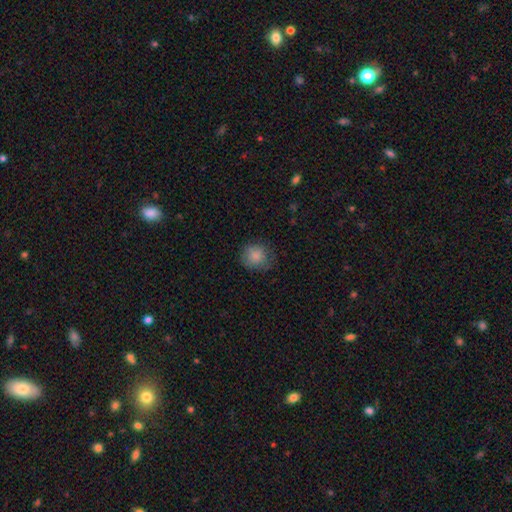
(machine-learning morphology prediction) A smooth galaxy with no disk features (85%) that is round (83%).

Vote fractions:
- Smooth or featured? smooth: 85% / star or artifact: 9% / featured or disk: 6%
- How rounded? round: 83% / in between: 16% / cigar-shaped: 1%
- Merging? none: 72% / minor disturbance: 21% / major disturbance: 6% / merger: 1%